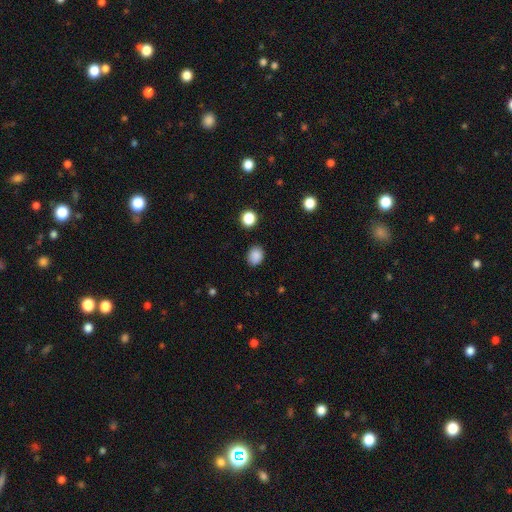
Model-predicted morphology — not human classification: smooth 87%, star or artifact 10%, featured or disk 3%. Down the decision tree: how rounded — round (53%); merging — none (86%).